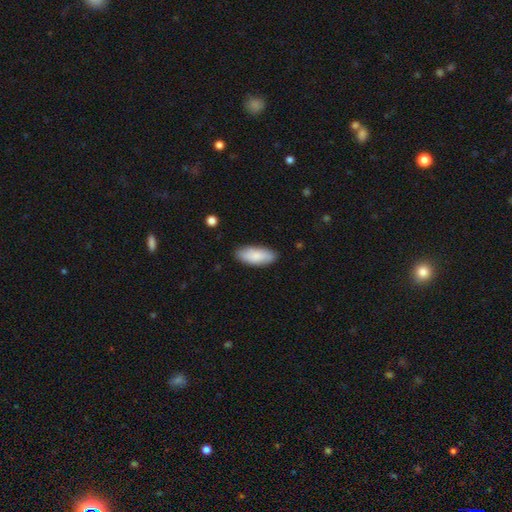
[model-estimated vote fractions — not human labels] This is clearly a smooth galaxy (85%). How rounded: clearly in between (84%). Merging: clearly none (85%).